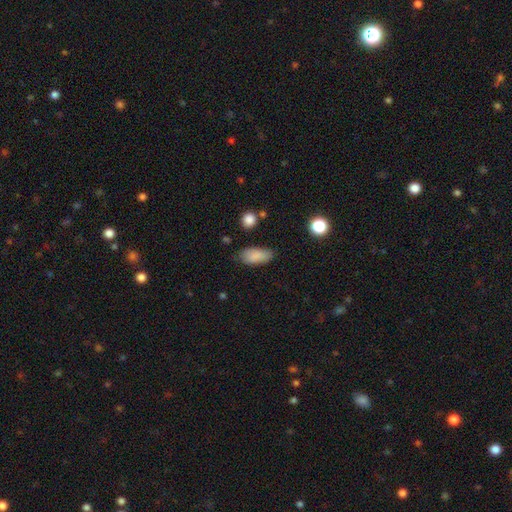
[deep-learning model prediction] Smooth or featured: smooth — 86% (star or artifact — 7%)
How rounded: in between — 88% (cigar-shaped — 9%)
Merging: none — 75% (minor disturbance — 18%)